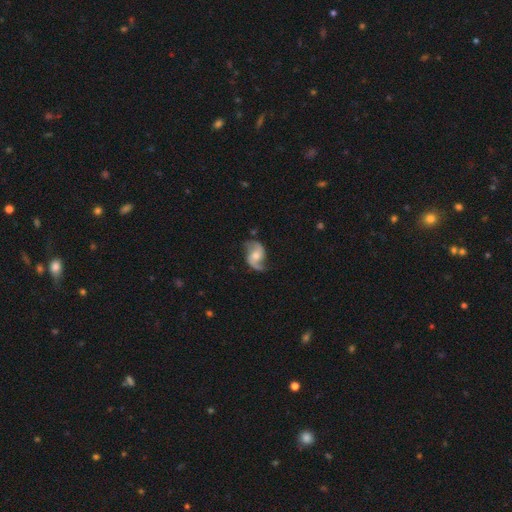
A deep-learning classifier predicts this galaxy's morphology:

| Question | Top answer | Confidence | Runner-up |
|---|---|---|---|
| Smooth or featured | featured or disk | 83% | smooth (11%) |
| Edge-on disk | no | 97% | yes (3%) |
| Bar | no | 54% | weak (36%) |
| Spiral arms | yes | 96% | no (4%) |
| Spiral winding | loose | 59% | medium (32%) |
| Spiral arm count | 2 | 91% | 1 (3%) |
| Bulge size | moderate | 57% | small (33%) |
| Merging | none | 71% | minor disturbance (19%) |